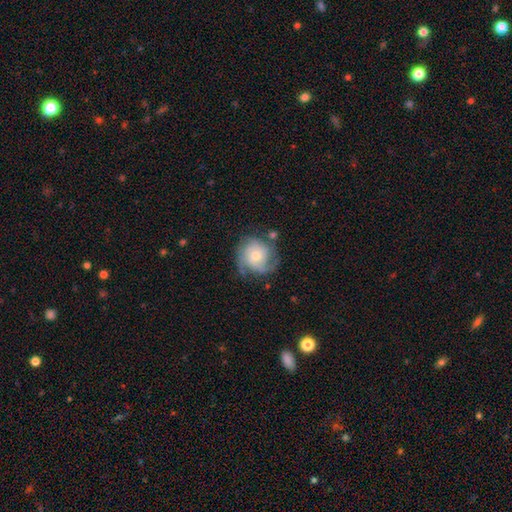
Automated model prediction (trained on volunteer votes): smooth_or_featured: featured or disk (p=0.59) [alt: smooth p=0.34]
disk_edge_on: no (p=0.98) [alt: yes p=0.02]
bar: no (p=0.77) [alt: weak p=0.20]
has_spiral_arms: yes (p=0.86) [alt: no p=0.14]
bulge_size: moderate (p=0.45) [tied with: small p=0.45]
merging: none (p=0.60) [alt: minor disturbance p=0.24]